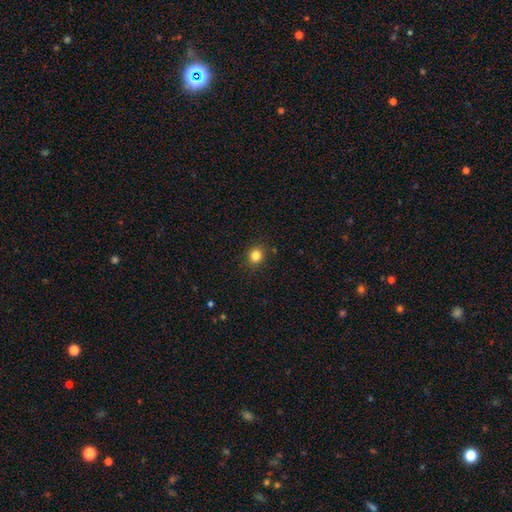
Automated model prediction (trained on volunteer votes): smooth_or_featured: smooth (p=0.82) [alt: star or artifact p=0.13]
how_rounded: round (p=0.84) [alt: in between p=0.16]
merging: none (p=0.89) [alt: minor disturbance p=0.08]